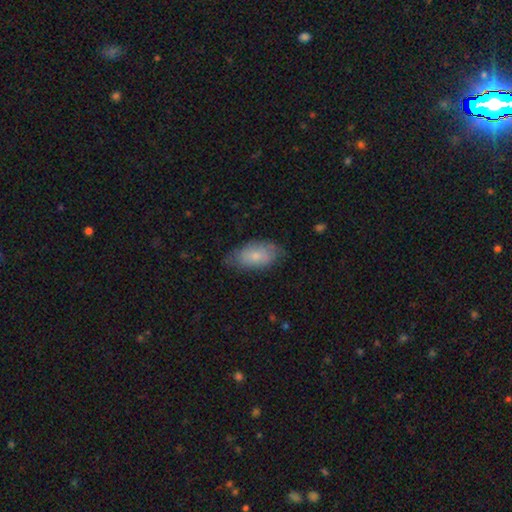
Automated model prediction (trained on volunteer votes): Smooth or featured? Predicted: smooth (p=0.73). How rounded? Predicted: in between (p=0.93). Merging? Predicted: none (p=0.64).